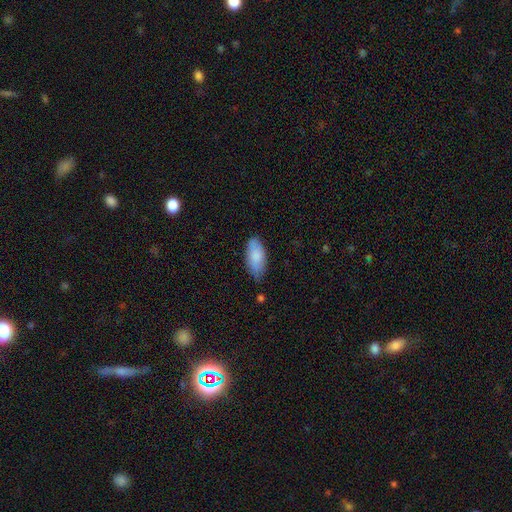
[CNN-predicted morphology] Smooth or featured? Predicted: smooth (p=0.83). How rounded? Predicted: in between (p=0.89). Merging? Predicted: none (p=0.70).